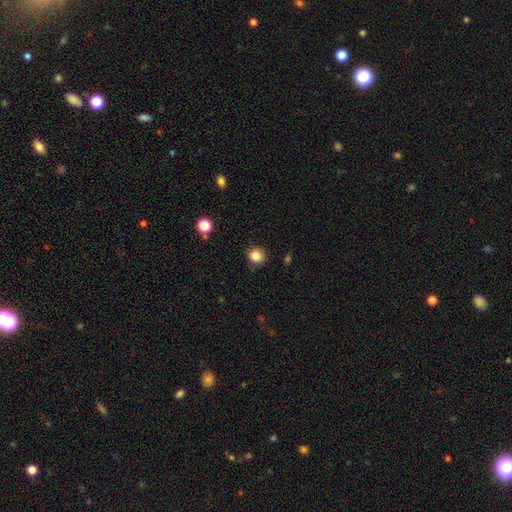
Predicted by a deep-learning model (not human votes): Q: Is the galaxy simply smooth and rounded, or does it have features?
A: smooth — 86%.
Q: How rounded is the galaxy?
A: round — 83%.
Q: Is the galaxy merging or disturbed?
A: none — 83%.